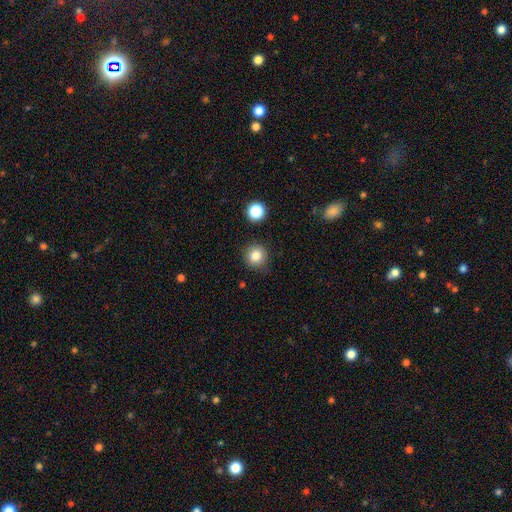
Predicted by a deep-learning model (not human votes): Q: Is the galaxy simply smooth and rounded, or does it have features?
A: smooth — 83%.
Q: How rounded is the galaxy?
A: round — 93%.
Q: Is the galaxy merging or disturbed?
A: none — 88%.